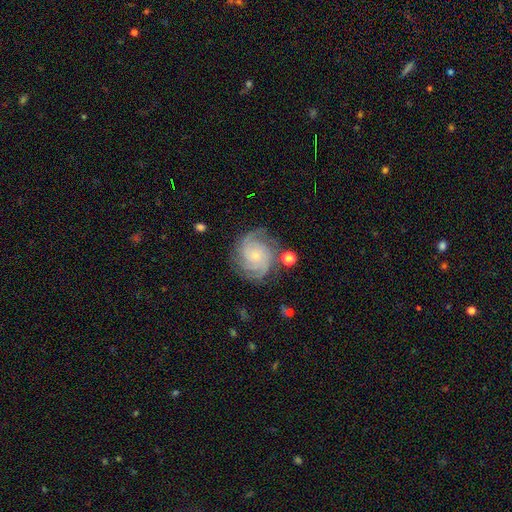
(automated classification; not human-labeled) A featured or disk galaxy (86%) with no bar (76%), 3 (31%) tight (66%) spiral arms (98%) and a small central bulge (80%). Merging: none (75%).